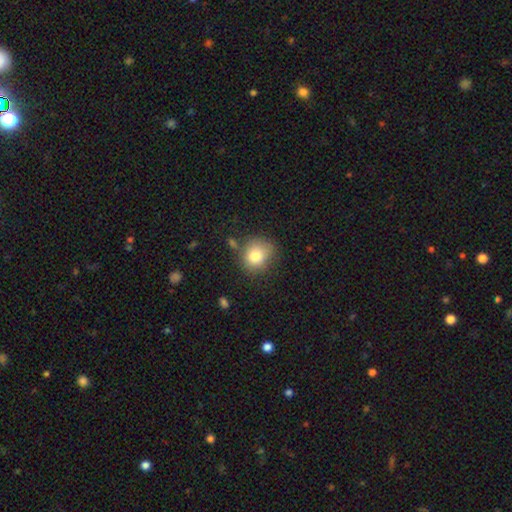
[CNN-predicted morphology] smooth-or-featured: smooth: 78% | star or artifact: 11% | featured or disk: 11%
  how-rounded: round: 76% | in between: 23% | cigar-shaped: 1%
  merging: none: 71% | minor disturbance: 18% | major disturbance: 6% | merger: 6%